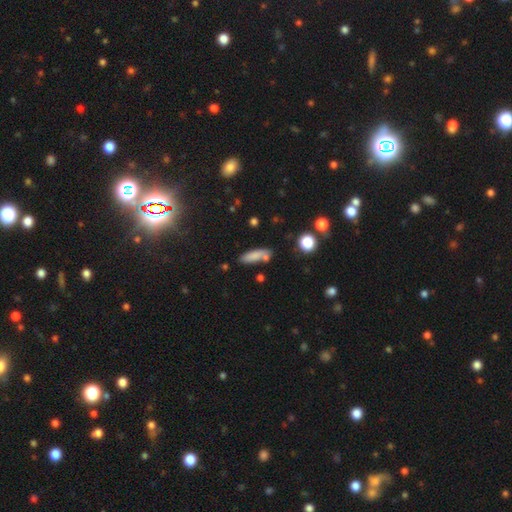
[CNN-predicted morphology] A smooth galaxy with no disk features (80%) that is cigar-shaped (52%).

Vote fractions:
- Smooth or featured? smooth: 80% / featured or disk: 11% / star or artifact: 9%
- How rounded? cigar-shaped: 52% / in between: 46% / round: 3%
- Merging? none: 67% / minor disturbance: 16% / merger: 12% / major disturbance: 4%